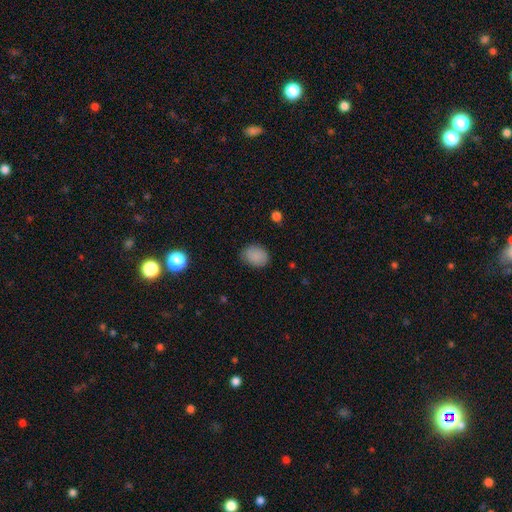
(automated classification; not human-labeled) Smooth or featured? Predicted: smooth (p=0.87). How rounded? Predicted: in between (p=0.68). Merging? Predicted: none (p=0.82).